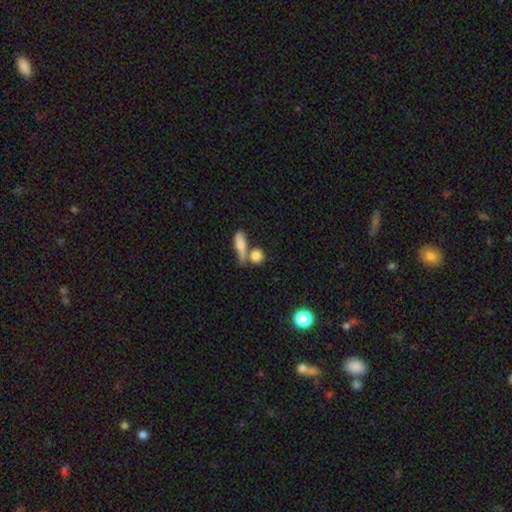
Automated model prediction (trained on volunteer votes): smooth 80%, featured or disk 11%, star or artifact 9%. Down the decision tree: how rounded — round (64%); merging — none (52%).